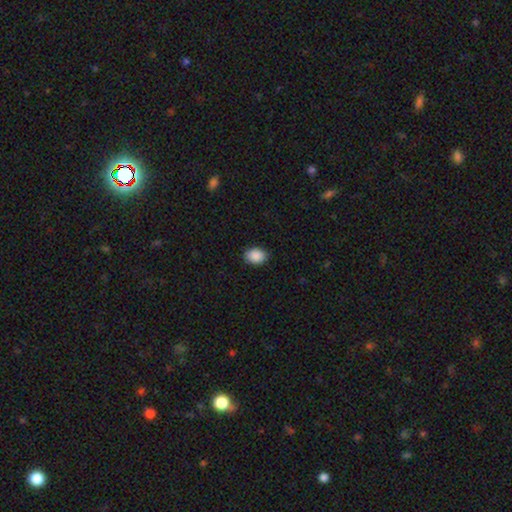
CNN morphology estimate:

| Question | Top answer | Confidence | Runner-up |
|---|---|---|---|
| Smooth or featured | smooth | 90% | star or artifact (7%) |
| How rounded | in between | 70% | round (29%) |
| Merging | none | 87% | minor disturbance (10%) |